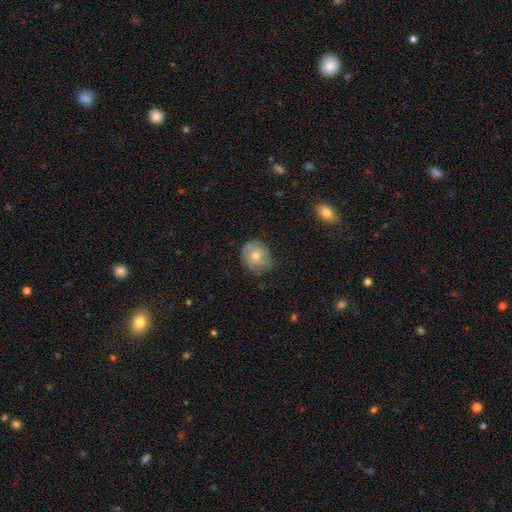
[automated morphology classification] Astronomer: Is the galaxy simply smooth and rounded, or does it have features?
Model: smooth — 57% (runner-up: featured or disk, 35%).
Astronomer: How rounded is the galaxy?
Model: round — 77%.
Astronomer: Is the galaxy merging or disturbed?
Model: none — 67%.